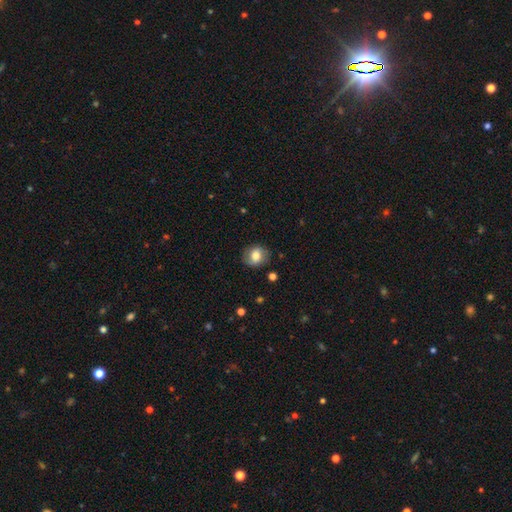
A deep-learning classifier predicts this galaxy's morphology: type=smooth (74%); roundness=round (64%); merging=none (81%).